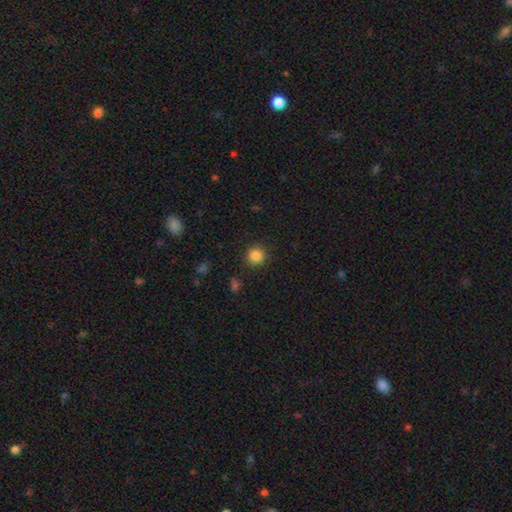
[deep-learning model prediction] The model was most divided on "smooth or featured": smooth: 85%, star or artifact: 11%, featured or disk: 4%. More confident: how rounded — round (93%); merging — none (90%).